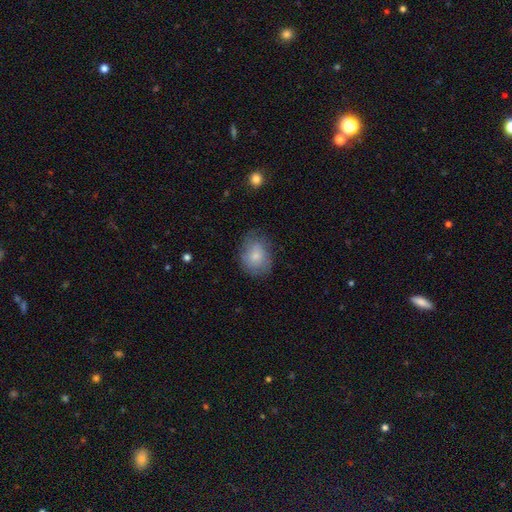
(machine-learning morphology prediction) Smooth or featured?
  - smooth: 76% *
  - featured or disk: 16%
  - star or artifact: 8%
How rounded?
  - in between: 58% *
  - round: 41%
  - cigar-shaped: 1%
Merging?
  - none: 65% *
  - minor disturbance: 25%
  - major disturbance: 8%
  - merger: 1%